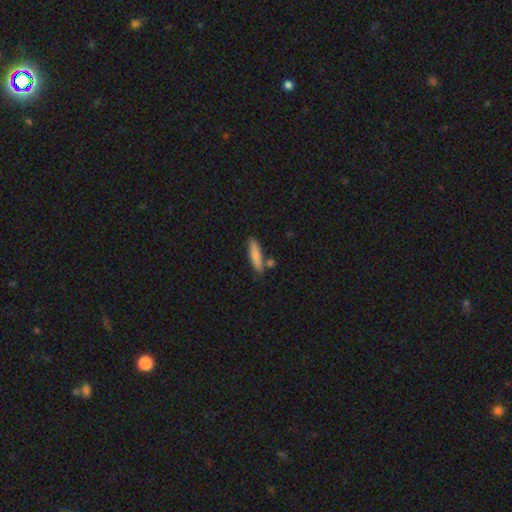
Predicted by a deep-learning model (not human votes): Smooth or featured?
  - smooth: 81% *
  - featured or disk: 13%
  - star or artifact: 6%
How rounded?
  - cigar-shaped: 77% *
  - in between: 21%
  - round: 2%
Merging?
  - none: 75% *
  - minor disturbance: 13%
  - merger: 10%
  - major disturbance: 3%